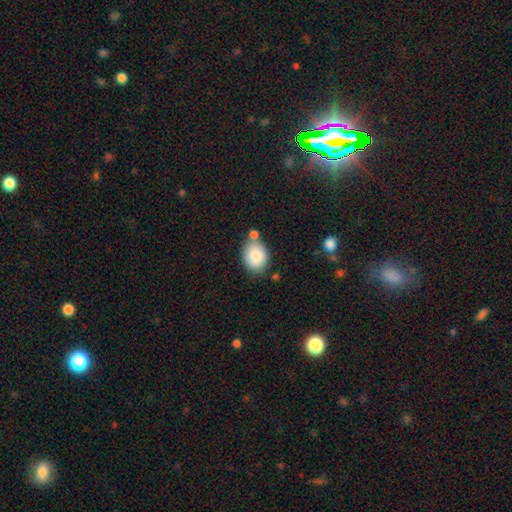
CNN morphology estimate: Smooth or featured? Predicted: smooth (p=0.83). How rounded? Predicted: in between (p=0.59). Merging? Predicted: none (p=0.64).